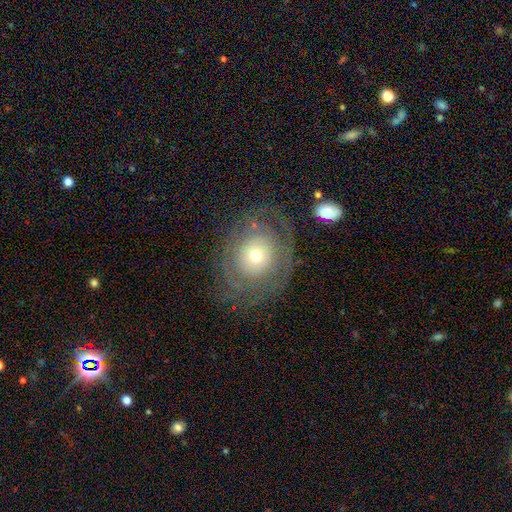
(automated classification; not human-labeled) A featured or disk galaxy (50%). Merging: none (71%).